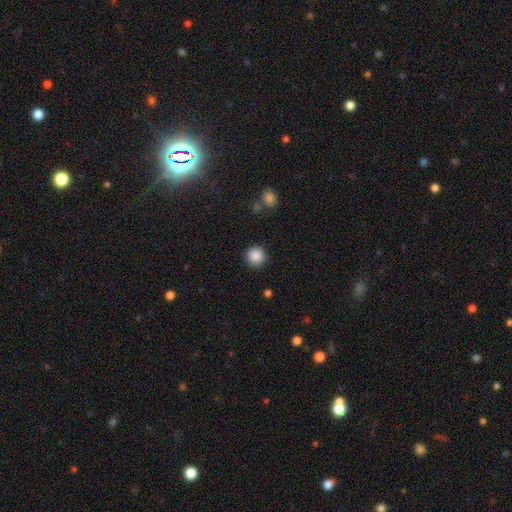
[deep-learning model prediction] Q: Smooth or featured?
A: smooth (88%); runner-up: star or artifact (9%)
Q: How rounded?
A: round (94%); runner-up: in between (5%)
Q: Merging?
A: none (90%); runner-up: minor disturbance (6%)